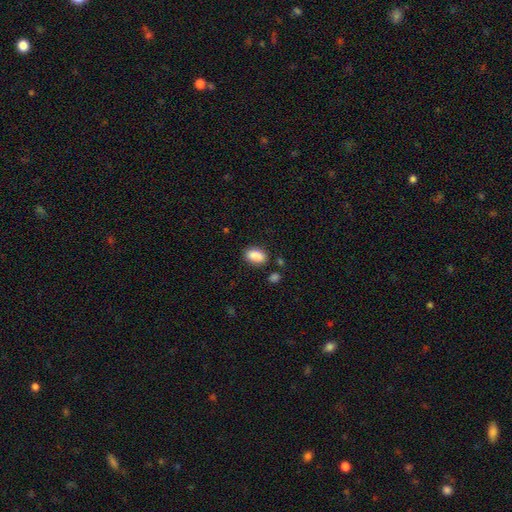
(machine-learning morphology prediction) Smooth or featured: smooth — 89% (star or artifact — 7%)
How rounded: in between — 90% (round — 7%)
Merging: none — 81% (minor disturbance — 12%)